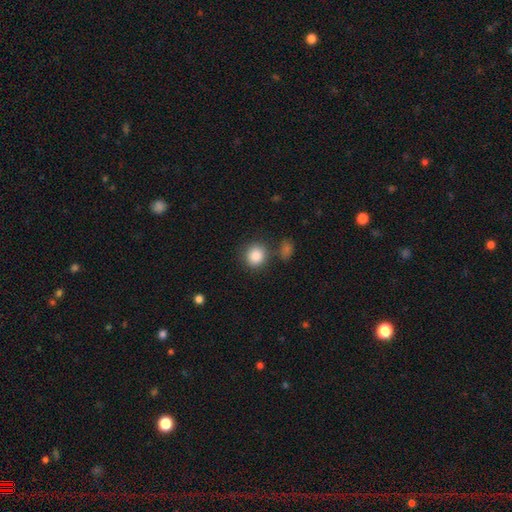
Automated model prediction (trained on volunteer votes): Smooth or featured?
  - smooth: 87% *
  - star or artifact: 8%
  - featured or disk: 5%
How rounded?
  - round: 82% *
  - in between: 17%
  - cigar-shaped: 1%
Merging?
  - none: 76% *
  - minor disturbance: 11%
  - merger: 9%
  - major disturbance: 4%